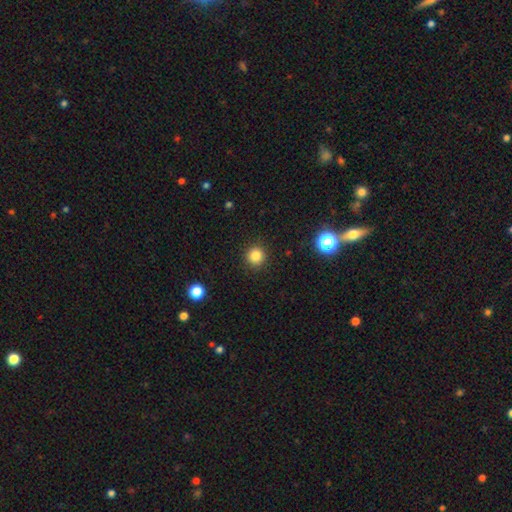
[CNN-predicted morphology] type=smooth (83%); roundness=round (94%); merging=none (91%).